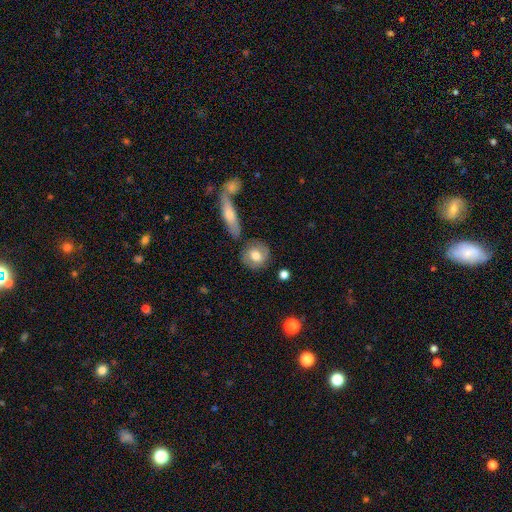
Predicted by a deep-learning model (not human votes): Smooth or featured? smooth (66%)
How rounded? round (78%)
Merging? none (77%)